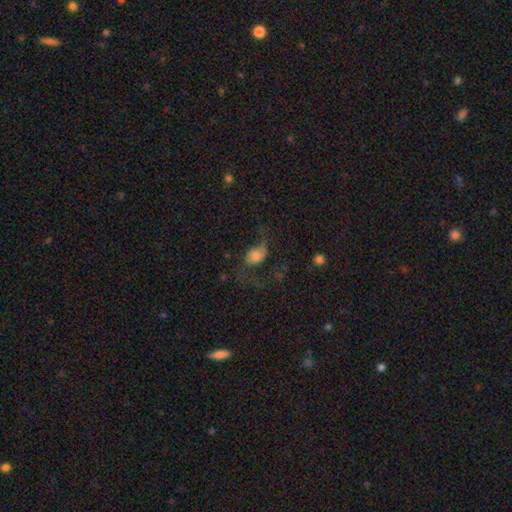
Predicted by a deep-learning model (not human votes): This appears to be a featured or disk galaxy (45%). Merging: none (43%).